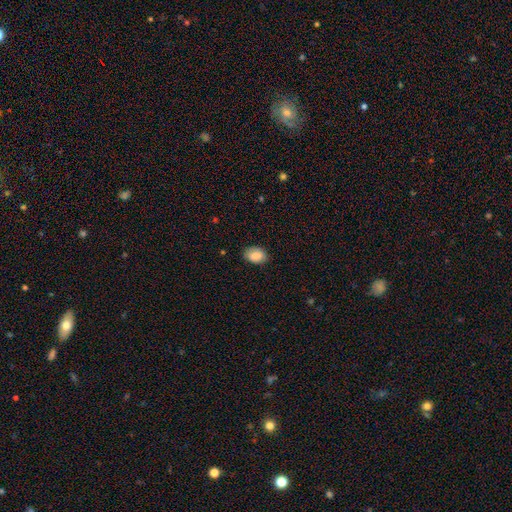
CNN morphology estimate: Overall: smooth (87%). How rounded: in between (84%). Merging: none (82%).